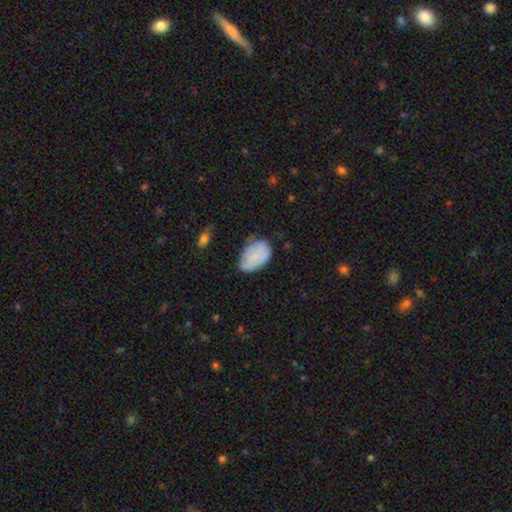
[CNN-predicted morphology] smooth_or_featured: smooth (p=0.70) [alt: featured or disk p=0.23]
how_rounded: in between (p=0.90) [alt: round p=0.09]
merging: none (p=0.57) [alt: minor disturbance p=0.33]